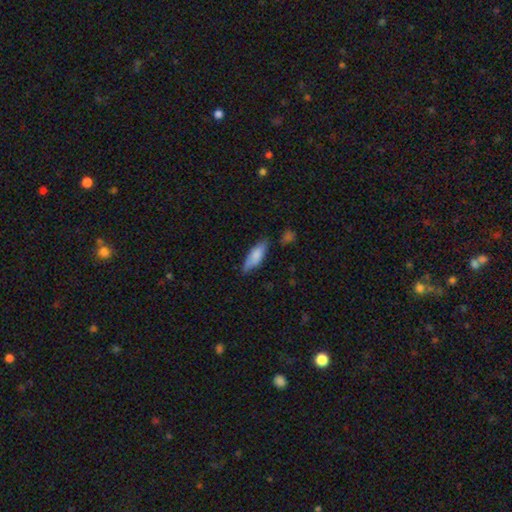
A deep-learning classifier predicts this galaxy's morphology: smooth_or_featured: smooth (p=0.80) [alt: featured or disk p=0.14]
how_rounded: in between (p=0.62) [alt: cigar-shaped p=0.36]
merging: none (p=0.68) [alt: minor disturbance p=0.24]